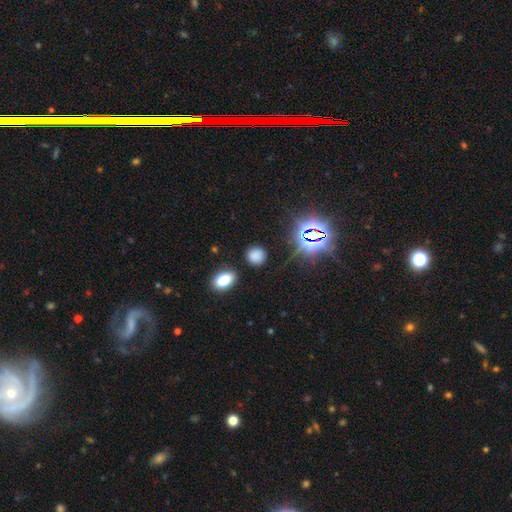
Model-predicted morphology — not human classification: smooth-or-featured: smooth: 73% | star or artifact: 22% | featured or disk: 5%
  how-rounded: round: 81% | in between: 17% | cigar-shaped: 2%
  merging: none: 83% | minor disturbance: 10% | major disturbance: 4% | merger: 3%